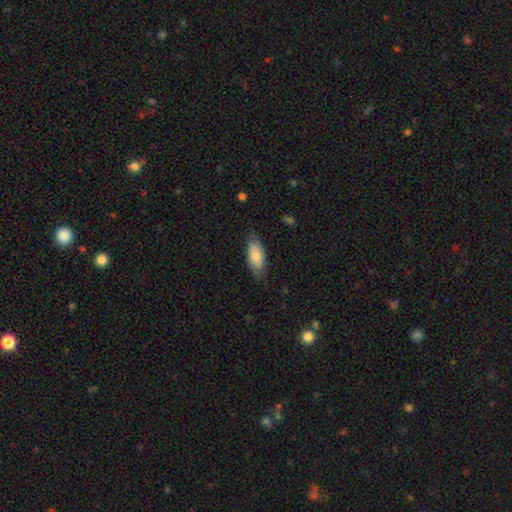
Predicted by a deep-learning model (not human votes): This appears to be a smooth galaxy with no disk features (74%) that is in between round and cigar-shaped (87%). Merging: none (67%).